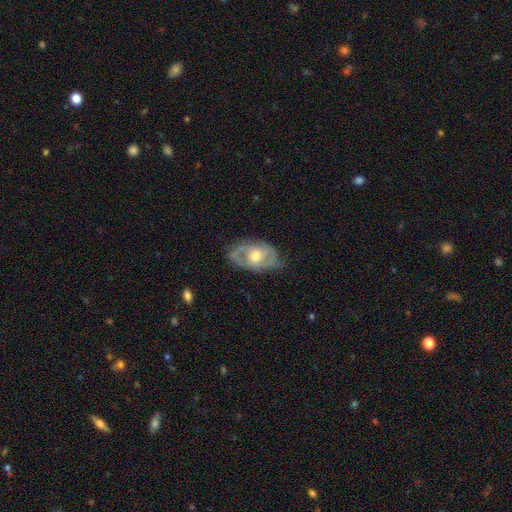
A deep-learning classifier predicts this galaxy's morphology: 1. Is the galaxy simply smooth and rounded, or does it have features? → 73% featured or disk, 22% smooth, 5% star or artifact.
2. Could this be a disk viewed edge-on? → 93% no, 7% yes.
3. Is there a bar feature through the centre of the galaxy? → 57% no, 35% weak, 8% strong.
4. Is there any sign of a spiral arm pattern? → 76% yes, 24% no.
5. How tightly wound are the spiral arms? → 45% medium, 37% tight, 18% loose.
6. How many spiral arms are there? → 61% 2, 23% can't tell, 7% 1, 6% 3, 2% 4, 2% more than 4.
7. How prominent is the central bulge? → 70% moderate, 15% small, 13% large, 2% none, 1% dominant.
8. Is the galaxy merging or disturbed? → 65% none, 24% minor disturbance, 9% major disturbance, 1% merger.